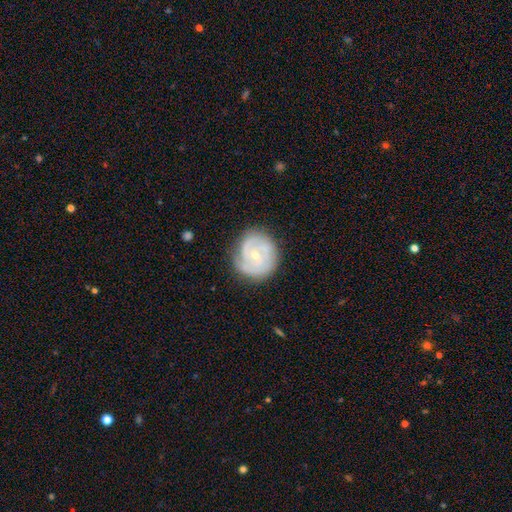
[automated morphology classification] type=featured or disk (77%); edge-on=no (98%); bar=no (64%); spiral arms=yes (91%); winding=tight (62%); arm count=2 (38%); bulge=small (64%); merging=none (76%).